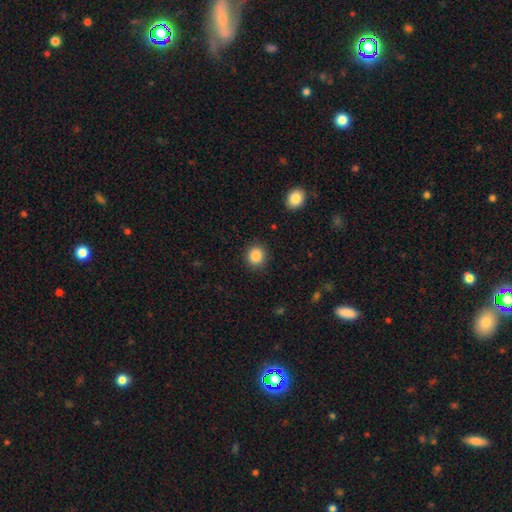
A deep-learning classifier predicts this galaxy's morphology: A smooth galaxy with no disk features (87%) that is round (86%). Merging: none (90%).